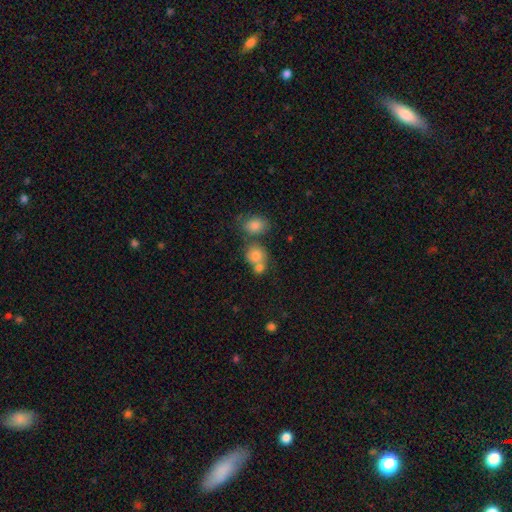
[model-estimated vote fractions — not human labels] Smooth or featured? smooth (78%)
How rounded? round (73%)
Merging? merger (47%)